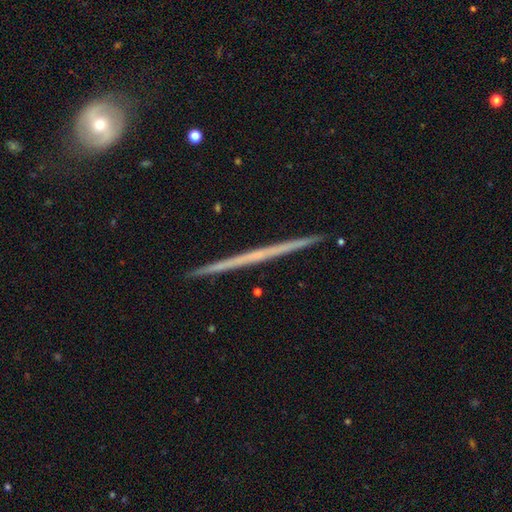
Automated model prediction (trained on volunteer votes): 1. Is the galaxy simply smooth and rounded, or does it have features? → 71% featured or disk, 22% smooth, 7% star or artifact.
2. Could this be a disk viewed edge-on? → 98% yes, 2% no.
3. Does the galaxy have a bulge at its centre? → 83% none, 13% rounded, 4% boxy.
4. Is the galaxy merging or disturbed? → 91% none, 6% minor disturbance, 1% major disturbance, 1% merger.